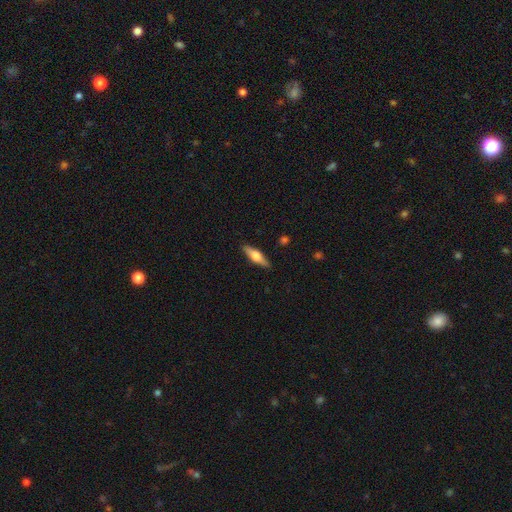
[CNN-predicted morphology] Overall: smooth (48%; featured or disk 46%). Merging: none (89%).